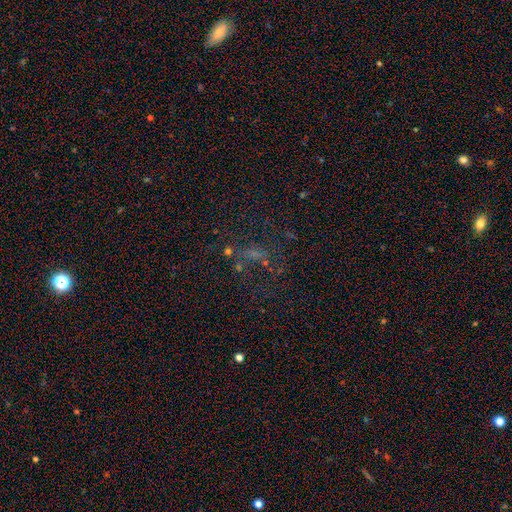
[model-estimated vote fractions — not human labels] A star or artifact, not a galaxy (51%).